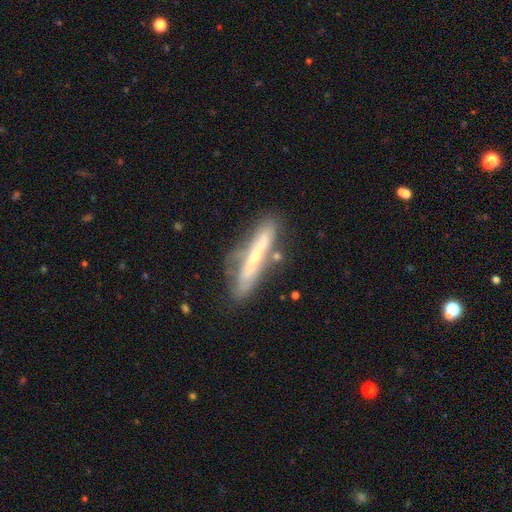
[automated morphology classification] Overall: featured or disk (58%; smooth 35%). Edge-on disk: yes (72%). Merging: none (63%).